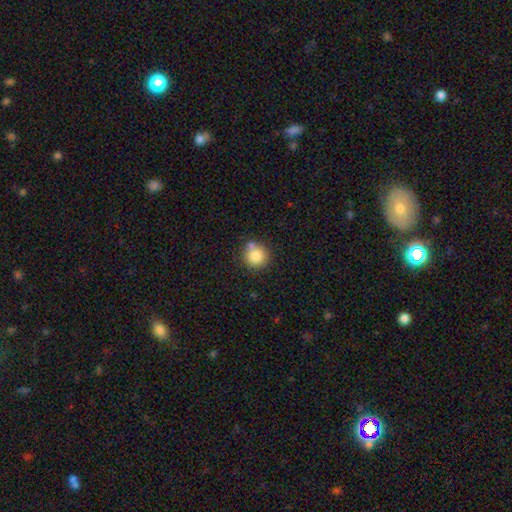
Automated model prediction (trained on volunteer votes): A smooth galaxy with no disk features (83%) that is round (92%).

Vote fractions:
- Smooth or featured? smooth: 83% / star or artifact: 9% / featured or disk: 8%
- How rounded? round: 92% / in between: 8% / cigar-shaped: 1%
- Merging? none: 67% / merger: 17% / minor disturbance: 13% / major disturbance: 3%